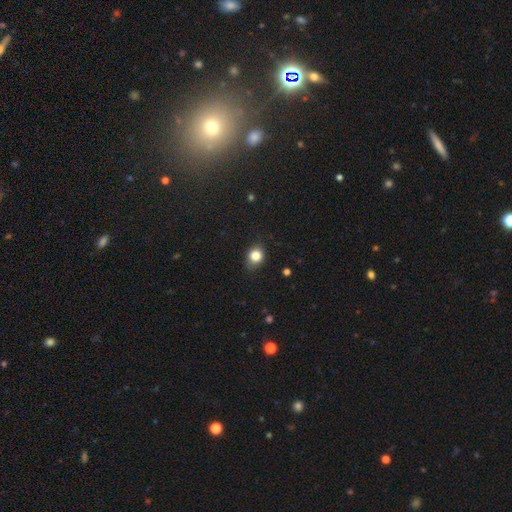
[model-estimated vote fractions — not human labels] Smooth or featured?
  - smooth: 81% *
  - star or artifact: 11%
  - featured or disk: 8%
How rounded?
  - round: 58% *
  - in between: 40%
  - cigar-shaped: 1%
Merging?
  - none: 76% *
  - minor disturbance: 19%
  - major disturbance: 4%
  - merger: 1%